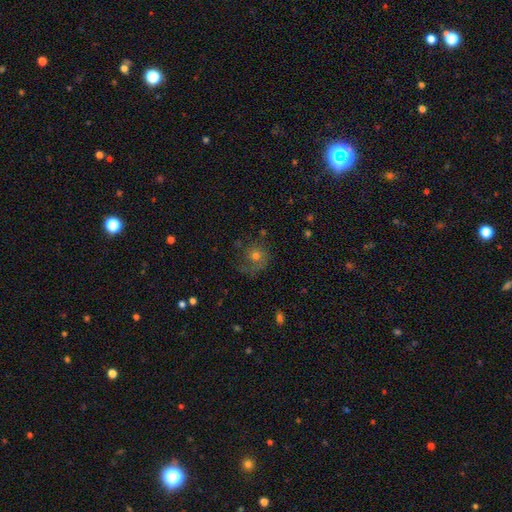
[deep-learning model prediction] Overall: smooth (51%; featured or disk 33%). How rounded: round (84%). Merging: none (53%; major disturbance 24%).